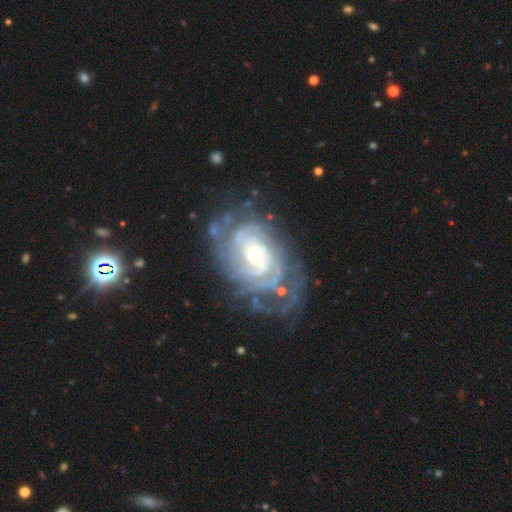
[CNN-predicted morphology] Smooth or featured?
  - featured or disk: 90% *
  - star or artifact: 5%
  - smooth: 5%
Edge-on disk?
  - no: 97% *
  - yes: 3%
Bar?
  - no: 62% *
  - weak: 28%
  - strong: 10%
Spiral arms?
  - yes: 97% *
  - no: 3%
Spiral winding?
  - tight: 74% *
  - medium: 22%
  - loose: 4%
Spiral arm count?
  - can't tell: 29% *
  - 2: 21%
  - 3: 17%
  - 4: 17%
  - more than 4: 11%
  - 1: 6%
Bulge size?
  - small: 59% *
  - moderate: 36%
  - large: 3%
  - none: 1%
  - dominant: 1%
Merging?
  - none: 65% *
  - minor disturbance: 20%
  - major disturbance: 13%
  - merger: 2%